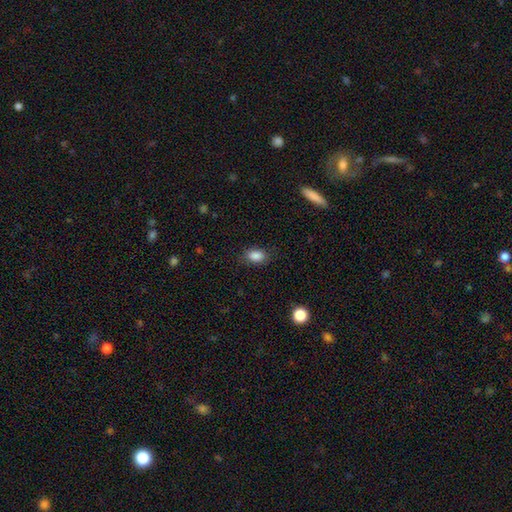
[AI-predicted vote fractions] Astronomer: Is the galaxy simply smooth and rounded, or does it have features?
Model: smooth — 87%.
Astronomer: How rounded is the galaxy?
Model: in between — 84%.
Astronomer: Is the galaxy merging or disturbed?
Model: none — 83%.